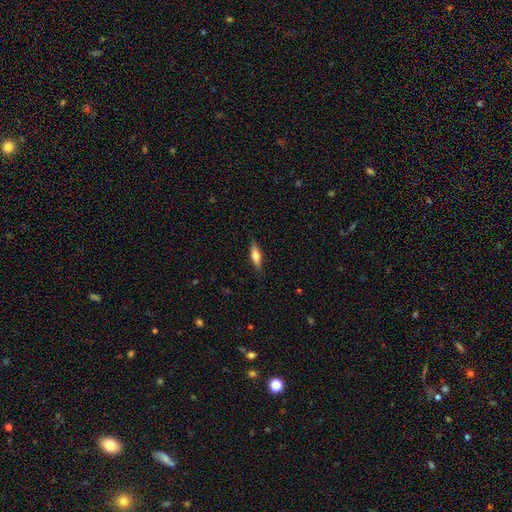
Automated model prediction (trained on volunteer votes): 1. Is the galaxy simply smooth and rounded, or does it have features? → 54% smooth, 40% featured or disk, 6% star or artifact.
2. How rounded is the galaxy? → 59% cigar-shaped, 39% in between, 2% round.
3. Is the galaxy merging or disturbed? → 87% none, 10% minor disturbance, 2% major disturbance, 1% merger.